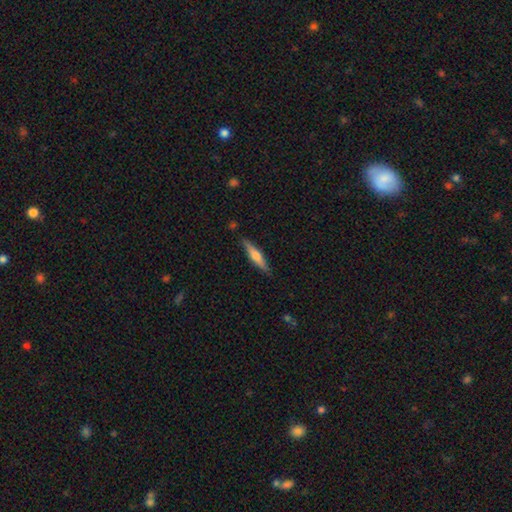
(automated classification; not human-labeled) Smooth or featured? smooth (53%)
How rounded? cigar-shaped (84%)
Merging? none (87%)